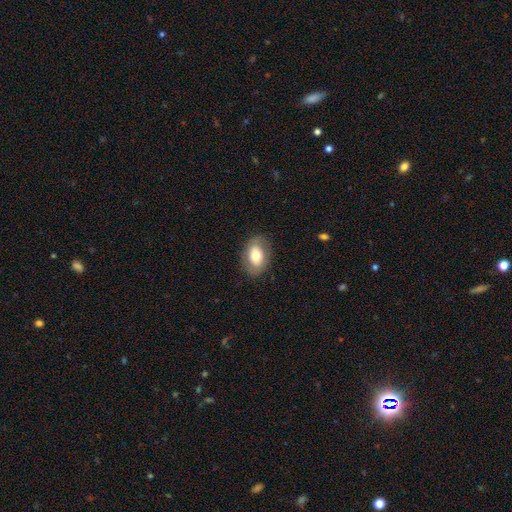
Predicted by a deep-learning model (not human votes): Overall: smooth (66%; featured or disk 27%). How rounded: in between (86%). Merging: none (81%).